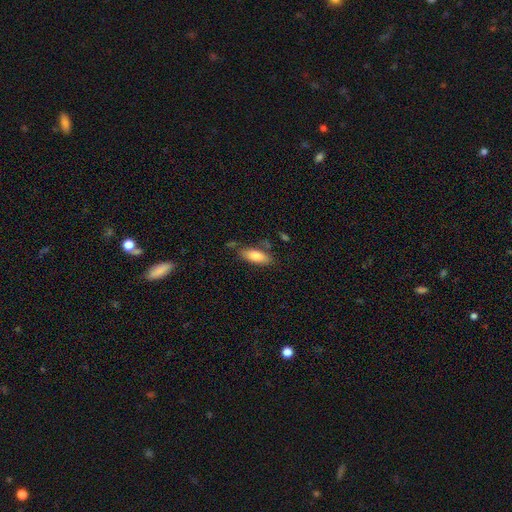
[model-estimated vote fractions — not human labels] This is likely a smooth galaxy (77%). How rounded: likely in between (70%). Merging: likely none (71%).